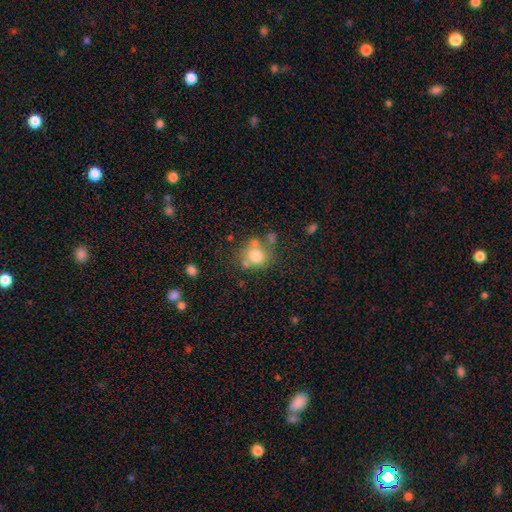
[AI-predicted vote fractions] Smooth or featured?
  - smooth: 72% *
  - featured or disk: 17%
  - star or artifact: 11%
How rounded?
  - round: 74% *
  - in between: 25%
  - cigar-shaped: 1%
Merging?
  - none: 51% *
  - merger: 22%
  - minor disturbance: 18%
  - major disturbance: 9%